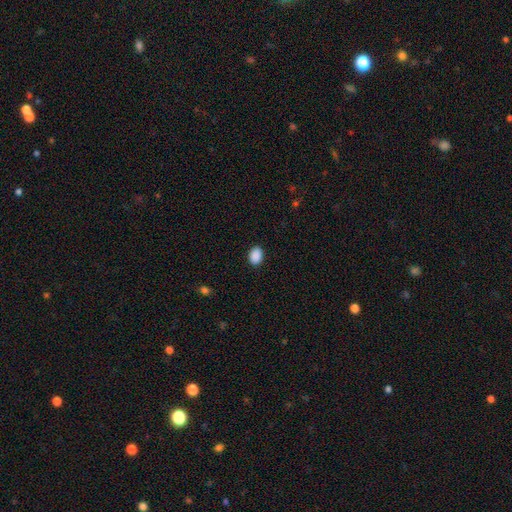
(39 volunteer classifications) Overall: smooth (90%). How rounded: in between (74%). Merging: none (91%).